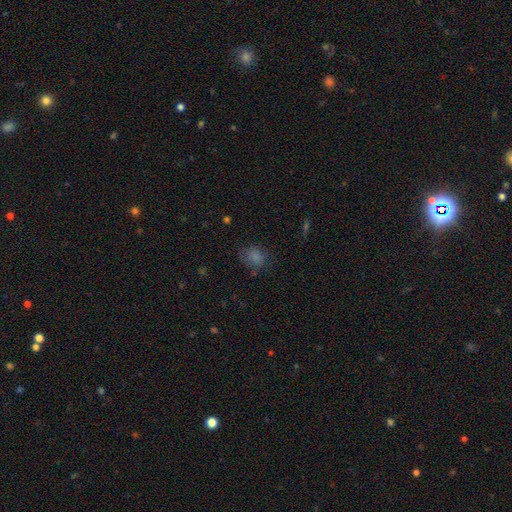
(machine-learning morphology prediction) smooth_or_featured: smooth (p=0.63) [alt: star or artifact p=0.26]
how_rounded: round (p=0.62) [alt: in between p=0.36]
merging: none (p=0.73) [alt: minor disturbance p=0.17]